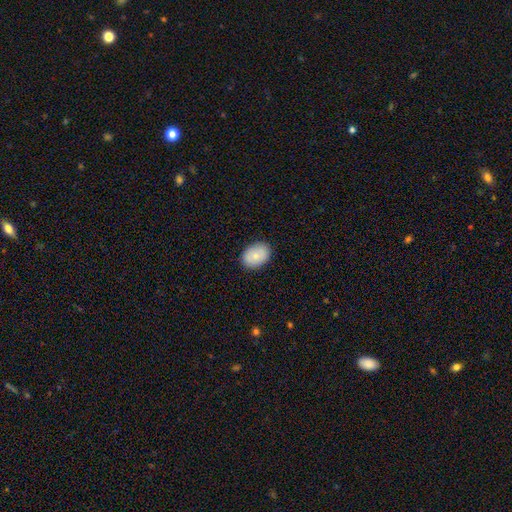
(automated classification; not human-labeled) A smooth galaxy with no disk features (80%) that is in between round and cigar-shaped (74%). Merging: none (87%).